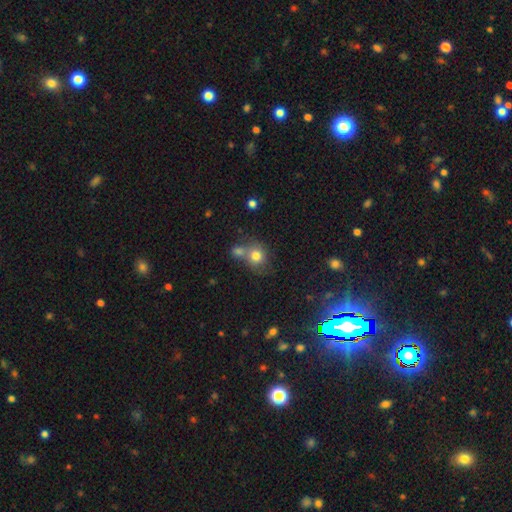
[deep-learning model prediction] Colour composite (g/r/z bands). It shows a smooth galaxy with no disk features (77%) that is round (77%). Merging: none (45%).